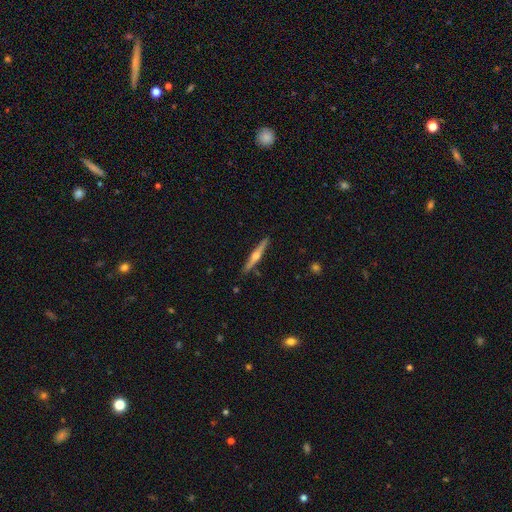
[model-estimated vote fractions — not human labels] This appears to be a featured or disk galaxy (70%) viewed edge-on (98%) with a rounded central bulge (92%). Merging: none (89%).